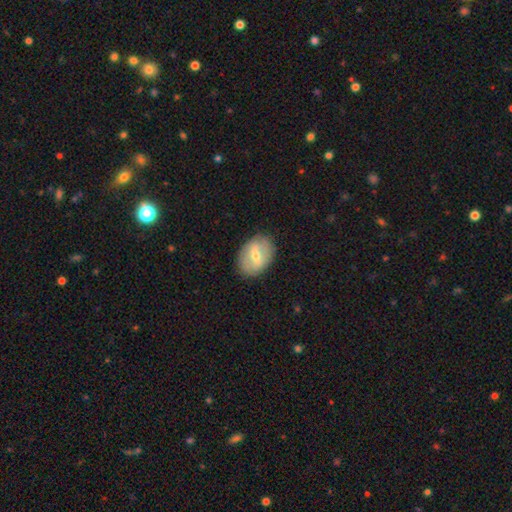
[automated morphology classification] Smooth or featured? Predicted: smooth (p=0.47, tied with featured or disk). Merging? Predicted: none (p=0.83).